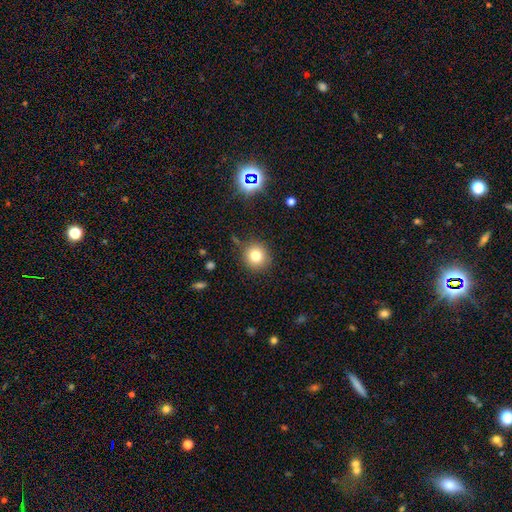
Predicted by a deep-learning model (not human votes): Smooth or featured?
  - smooth: 77% *
  - star or artifact: 14%
  - featured or disk: 8%
How rounded?
  - round: 91% *
  - in between: 8%
  - cigar-shaped: 1%
Merging?
  - none: 86% *
  - minor disturbance: 9%
  - major disturbance: 3%
  - merger: 3%